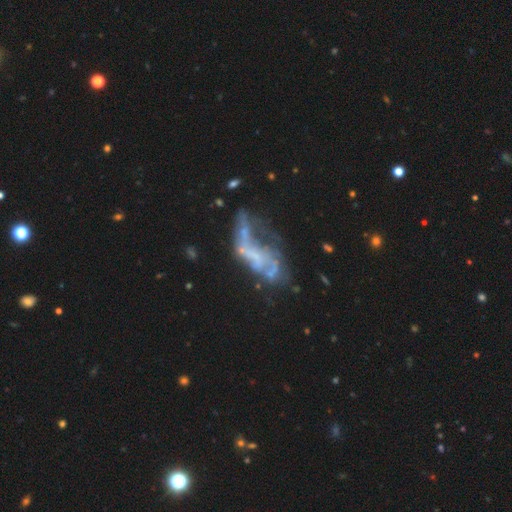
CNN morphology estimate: The model was most divided on "merging": major disturbance: 39%, merger: 24%, none: 22%, minor disturbance: 14%. More confident: edge-on disk — no (94%); bar — no (80%); spiral arms — no (76%); bulge size — none (73%); smooth or featured — featured or disk (67%).